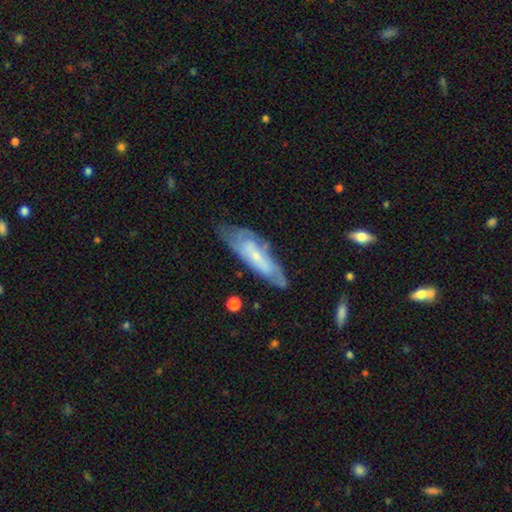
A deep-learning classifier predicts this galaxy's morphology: A featured or disk galaxy (60%). Merging: none (62%).